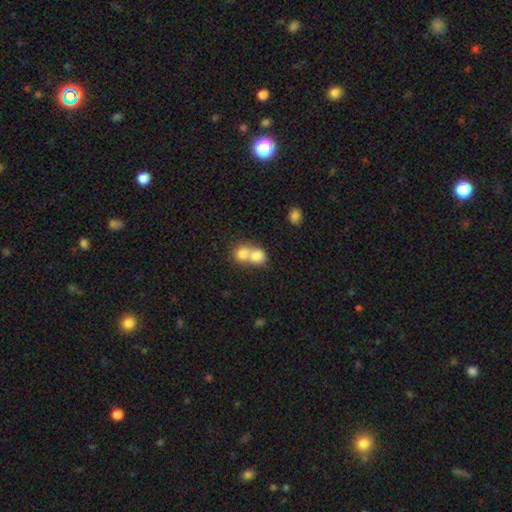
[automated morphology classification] smooth_or_featured: smooth (p=0.77) [alt: featured or disk p=0.14]
how_rounded: round (p=0.68) [alt: in between p=0.31]
merging: merger (p=0.73) [alt: none p=0.21]